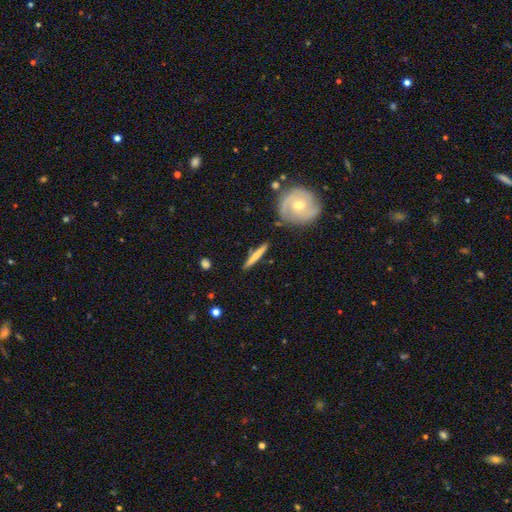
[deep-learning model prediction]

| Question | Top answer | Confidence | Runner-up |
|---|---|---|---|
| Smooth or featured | smooth | 49% | featured or disk (45%) |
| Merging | none | 87% | minor disturbance (8%) |